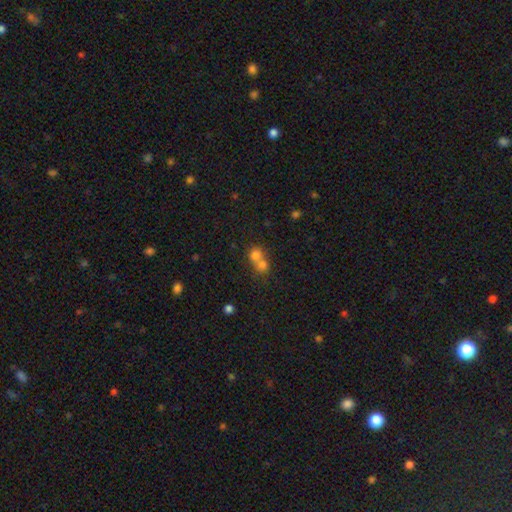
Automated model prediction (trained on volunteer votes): The model was most divided on "merging": merger: 67%, none: 25%, minor disturbance: 5%, major disturbance: 3%. More confident: how rounded — round (74%); smooth or featured — smooth (71%).